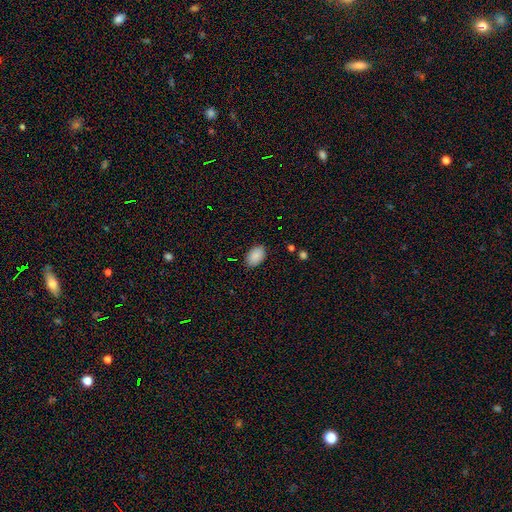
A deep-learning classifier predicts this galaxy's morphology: Smooth or featured: smooth — 89% (star or artifact — 7%)
How rounded: in between — 91% (round — 8%)
Merging: none — 87% (minor disturbance — 10%)